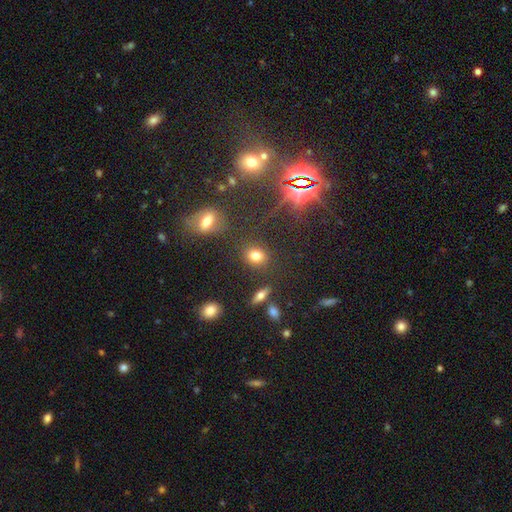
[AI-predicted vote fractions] This is likely a smooth galaxy (75%). How rounded: possibly round (56%). Merging: clearly none (81%).